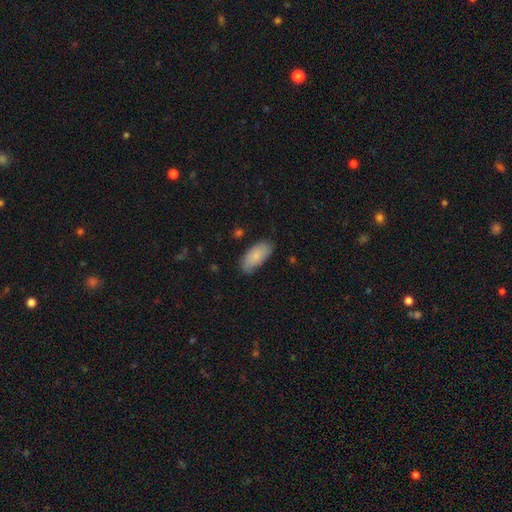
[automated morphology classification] type=smooth (81%); roundness=in between (92%); merging=none (71%).